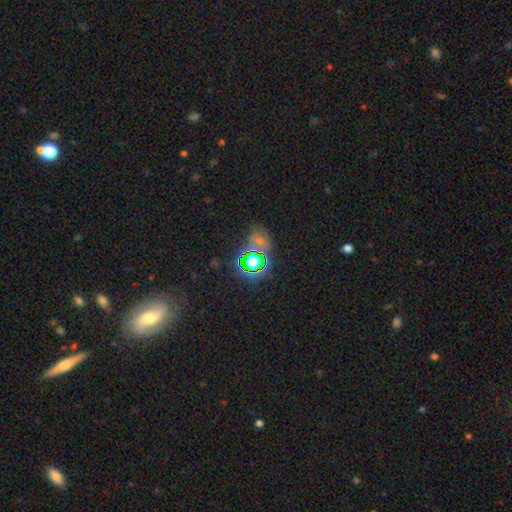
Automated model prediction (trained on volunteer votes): smooth-or-featured: star or artifact: 58% | smooth: 29% | featured or disk: 14%